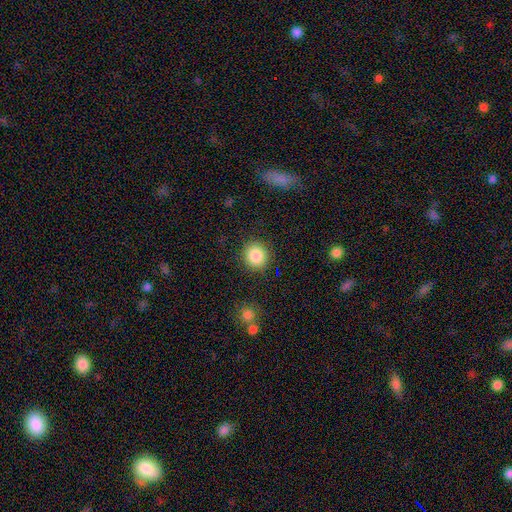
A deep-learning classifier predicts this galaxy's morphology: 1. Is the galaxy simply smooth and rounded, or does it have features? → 85% smooth, 9% star or artifact, 5% featured or disk.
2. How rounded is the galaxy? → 90% round, 9% in between, 1% cigar-shaped.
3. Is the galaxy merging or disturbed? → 88% none, 7% minor disturbance, 3% major disturbance, 2% merger.